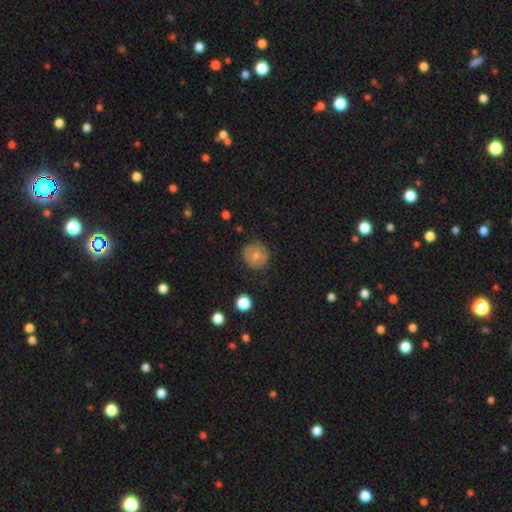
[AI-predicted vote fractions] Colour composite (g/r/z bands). It shows a smooth galaxy with no disk features (66%) that is round (88%). Merging: none (78%).